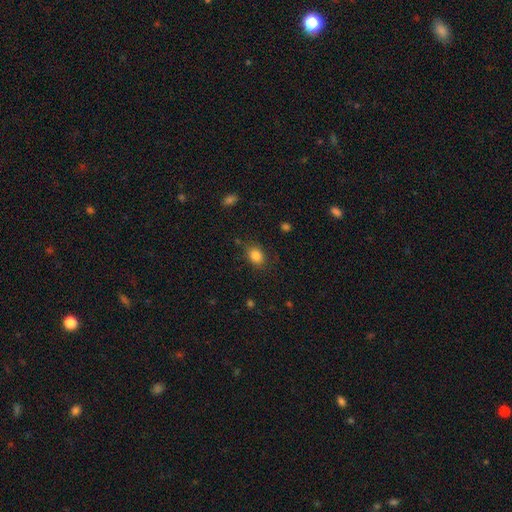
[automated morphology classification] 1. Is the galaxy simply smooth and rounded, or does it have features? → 84% smooth, 10% star or artifact, 6% featured or disk.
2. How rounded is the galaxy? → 60% in between, 39% round, 1% cigar-shaped.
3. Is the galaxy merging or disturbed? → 79% none, 14% minor disturbance, 4% major disturbance, 2% merger.